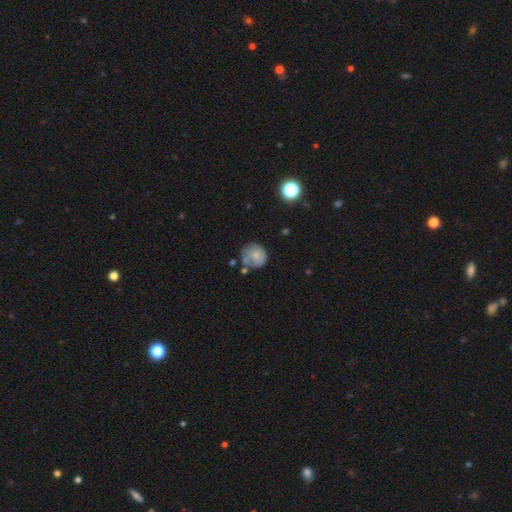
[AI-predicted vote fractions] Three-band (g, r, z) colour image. It shows a smooth galaxy with no disk features (68%) that is round (86%). Merging: none (54%).